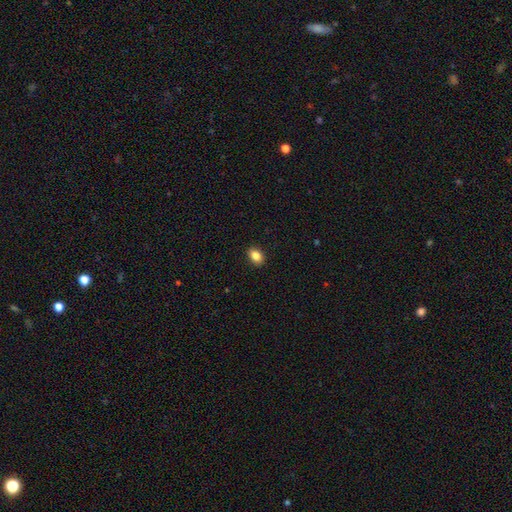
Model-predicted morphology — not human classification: Smooth or featured: smooth — 86% (star or artifact — 9%)
How rounded: in between — 75% (round — 24%)
Merging: none — 90% (minor disturbance — 7%)